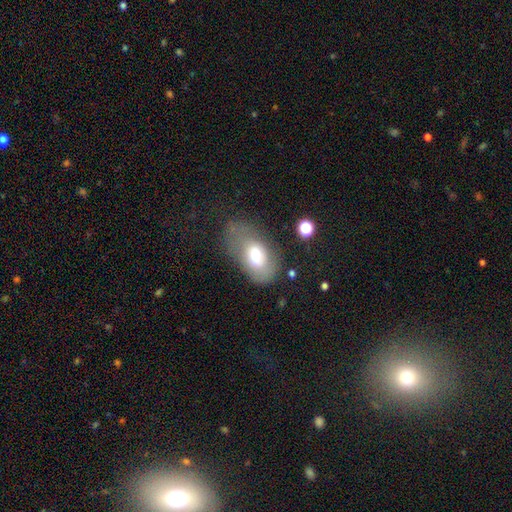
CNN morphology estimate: Overall: smooth (64%; featured or disk 27%). How rounded: in between (89%). Merging: none (38%; minor disturbance 29%).